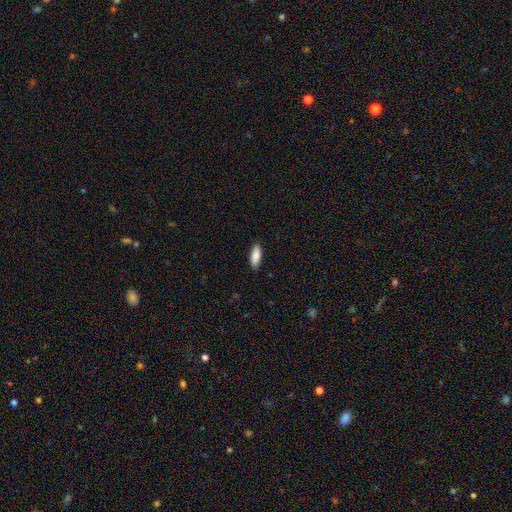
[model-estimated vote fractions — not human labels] Smooth or featured?
  - smooth: 89% *
  - star or artifact: 6%
  - featured or disk: 5%
How rounded?
  - in between: 73% *
  - cigar-shaped: 25%
  - round: 2%
Merging?
  - none: 88% *
  - minor disturbance: 9%
  - major disturbance: 2%
  - merger: 1%